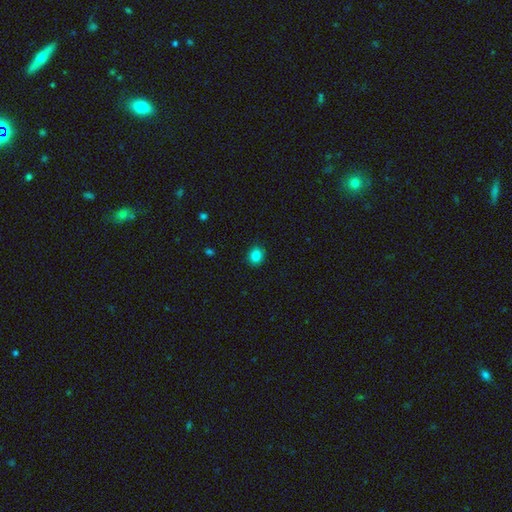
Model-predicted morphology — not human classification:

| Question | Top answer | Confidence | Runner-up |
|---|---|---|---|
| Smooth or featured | smooth | 84% | star or artifact (11%) |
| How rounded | round | 67% | in between (32%) |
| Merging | none | 90% | minor disturbance (7%) |